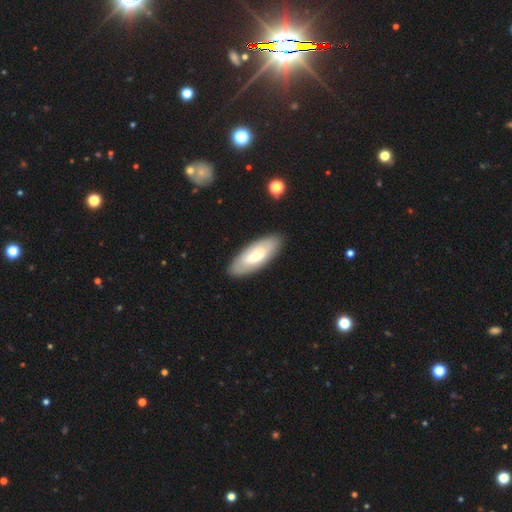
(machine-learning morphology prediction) smooth 66%, featured or disk 28%, star or artifact 5%. Down the decision tree: how rounded — in between (77%); merging — none (85%).